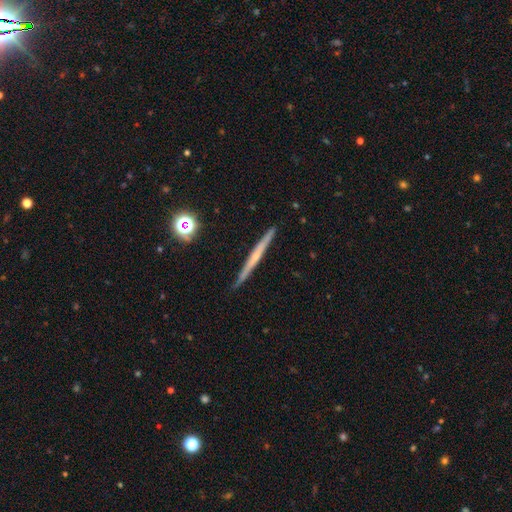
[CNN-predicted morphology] type=featured or disk (64%); edge-on=yes (97%); edge-on bulge=none (56%); merging=none (90%).